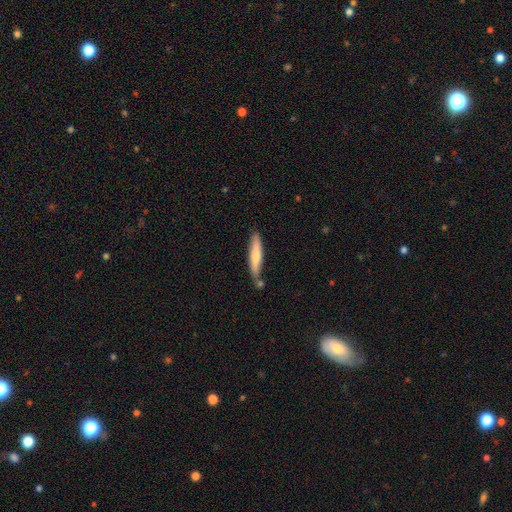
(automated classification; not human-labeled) A smooth galaxy with no disk features (64%) that is cigar-shaped (88%). Merging: none (70%).